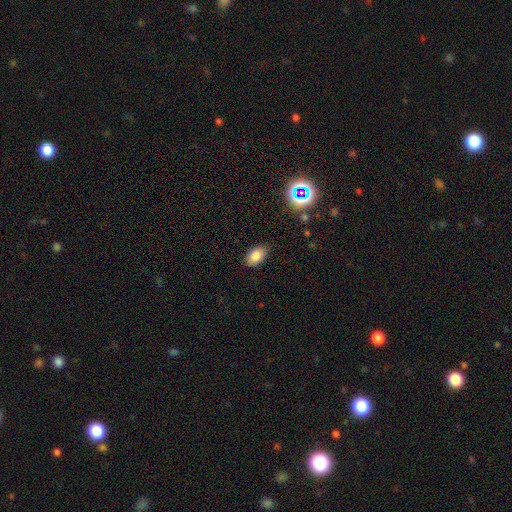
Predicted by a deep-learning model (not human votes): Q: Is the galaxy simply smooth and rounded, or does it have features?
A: smooth — 83%.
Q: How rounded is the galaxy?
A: in between — 90%.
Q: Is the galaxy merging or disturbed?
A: none — 83%.